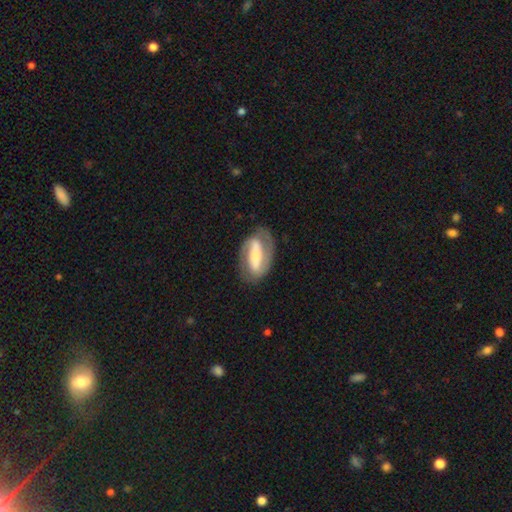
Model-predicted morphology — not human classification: This appears to be a featured or disk galaxy (79%) with a strong bar (68%), 2 (86%) medium (43%) spiral arms (84%) and a moderate central bulge (40%). Merging: none (76%).